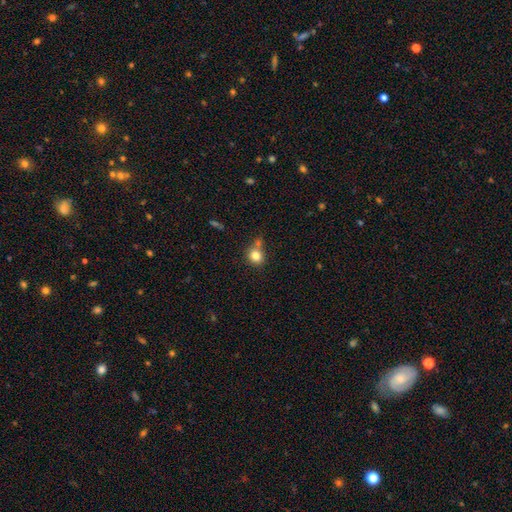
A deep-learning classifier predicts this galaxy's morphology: This appears to be a smooth galaxy with no disk features (81%) that is round (80%). Merging: none (59%).